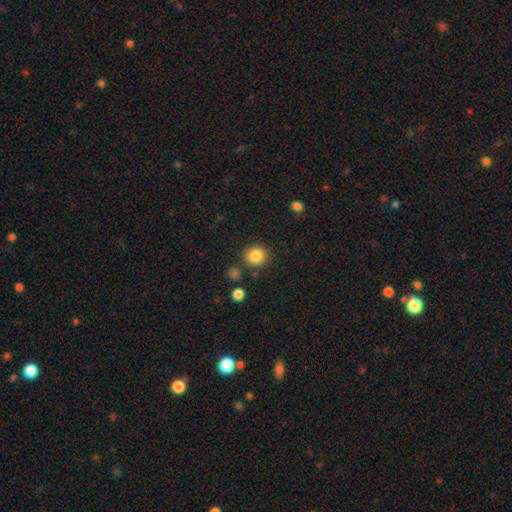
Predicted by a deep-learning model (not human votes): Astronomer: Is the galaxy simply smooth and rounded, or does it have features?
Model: smooth — 86%.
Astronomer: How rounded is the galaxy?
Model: round — 90%.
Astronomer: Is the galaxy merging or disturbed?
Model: none — 84%.